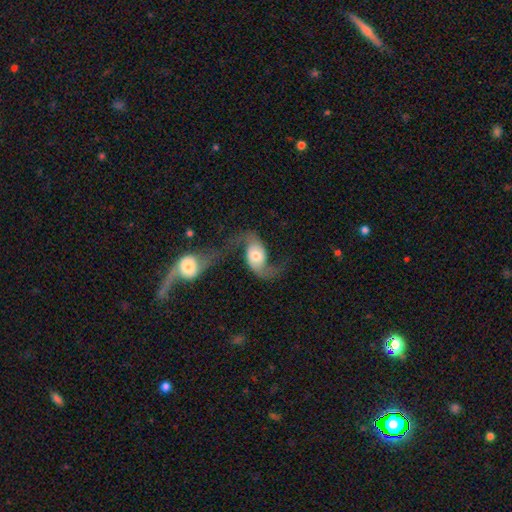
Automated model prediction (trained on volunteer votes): featured or disk 78%, smooth 16%, star or artifact 6%. Down the decision tree: edge-on disk — no (96%); bar — no (61%); spiral arms — yes (93%); spiral arm count — 2 (90%); spiral winding — loose (81%); bulge size — moderate (57%); merging — none (36%).